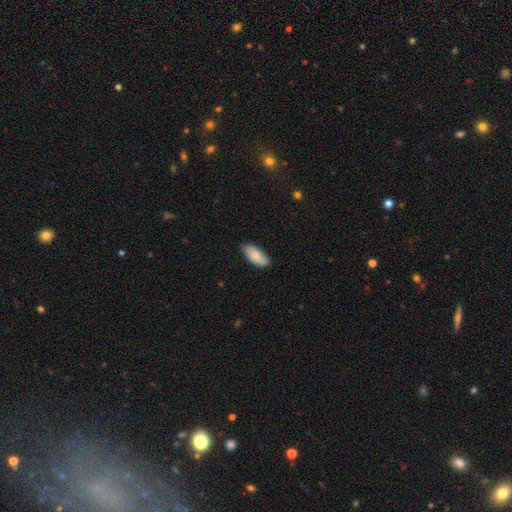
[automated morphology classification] Smooth or featured? Predicted: smooth (p=0.80). How rounded? Predicted: in between (p=0.89). Merging? Predicted: none (p=0.77).